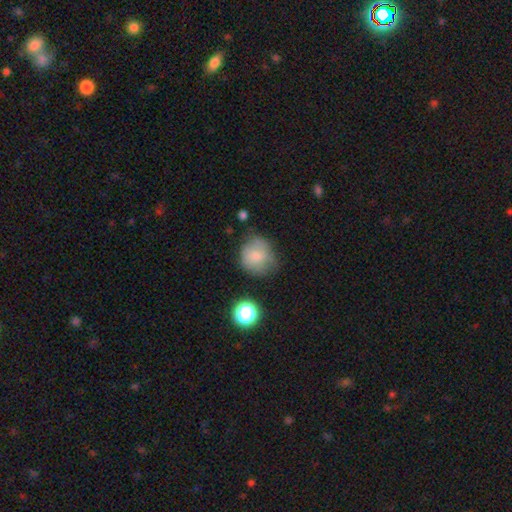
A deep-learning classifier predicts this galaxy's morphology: The model was most divided on "merging": none: 57%, minor disturbance: 29%, major disturbance: 10%, merger: 3%. More confident: how rounded — round (83%); smooth or featured — smooth (75%).